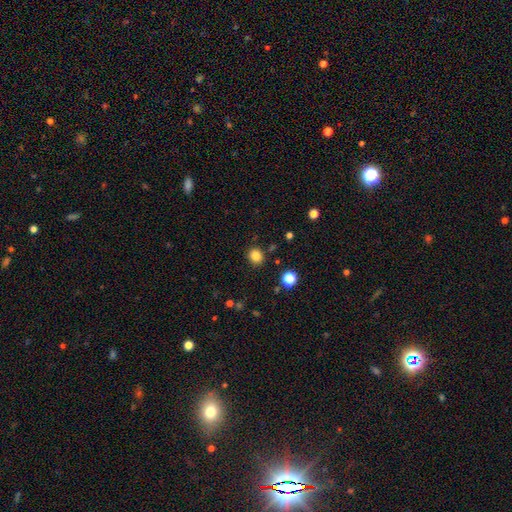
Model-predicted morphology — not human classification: smooth_or_featured: smooth (p=0.83) [alt: star or artifact p=0.12]
how_rounded: round (p=0.77) [alt: in between p=0.22]
merging: none (p=0.87) [alt: minor disturbance p=0.08]